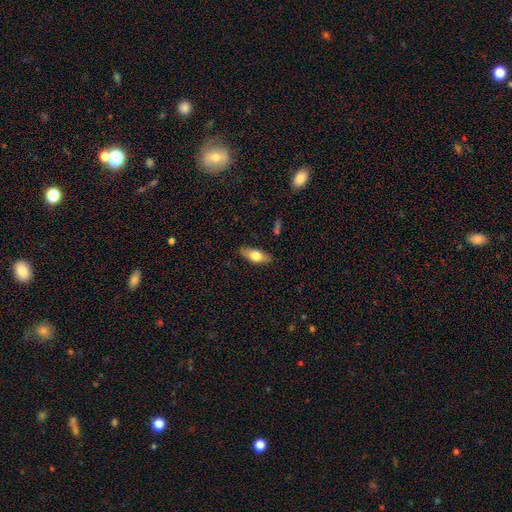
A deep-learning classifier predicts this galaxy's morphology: The model was most divided on "smooth or featured": smooth: 65%, featured or disk: 29%, star or artifact: 6%. More confident: merging — none (84%); how rounded — in between (76%).